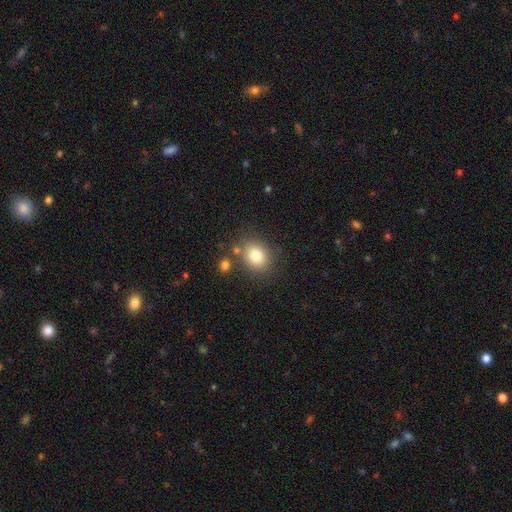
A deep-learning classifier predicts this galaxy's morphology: A smooth galaxy with no disk features (80%) that is round (55%).

Vote fractions:
- Smooth or featured? smooth: 80% / star or artifact: 11% / featured or disk: 10%
- How rounded? round: 55% / in between: 44% / cigar-shaped: 1%
- Merging? none: 76% / minor disturbance: 11% / merger: 8% / major disturbance: 4%